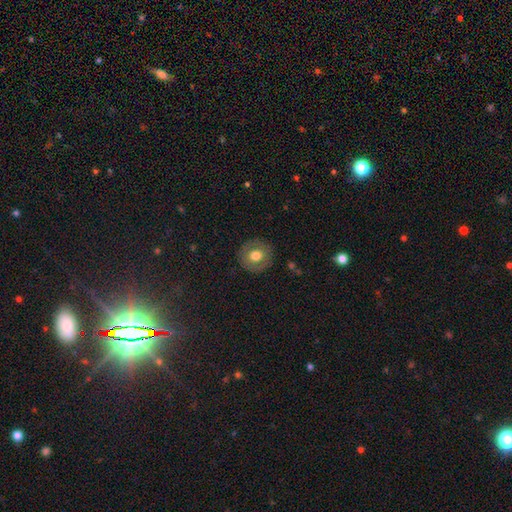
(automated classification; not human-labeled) Overall: smooth (64%; featured or disk 28%). How rounded: round (91%). Merging: none (88%).